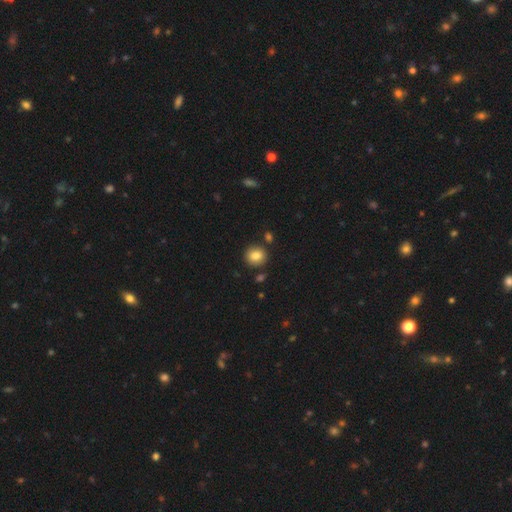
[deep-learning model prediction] smooth_or_featured: smooth (p=0.86) [alt: star or artifact p=0.09]
how_rounded: round (p=0.76) [alt: in between p=0.23]
merging: none (p=0.83) [alt: minor disturbance p=0.09]